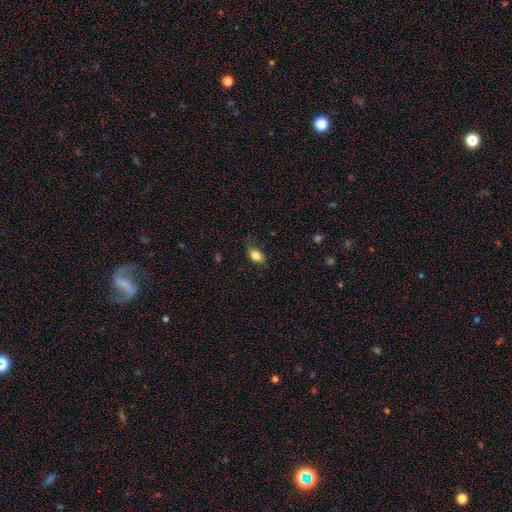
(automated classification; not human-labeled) smooth 84%, star or artifact 9%, featured or disk 7%. Down the decision tree: how rounded — in between (84%); merging — none (73%).